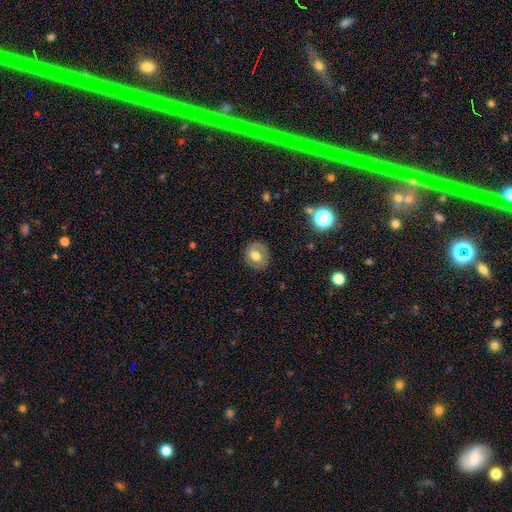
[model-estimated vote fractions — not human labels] Smooth or featured? Predicted: smooth (p=0.56). How rounded? Predicted: round (p=0.68). Merging? Predicted: none (p=0.79).